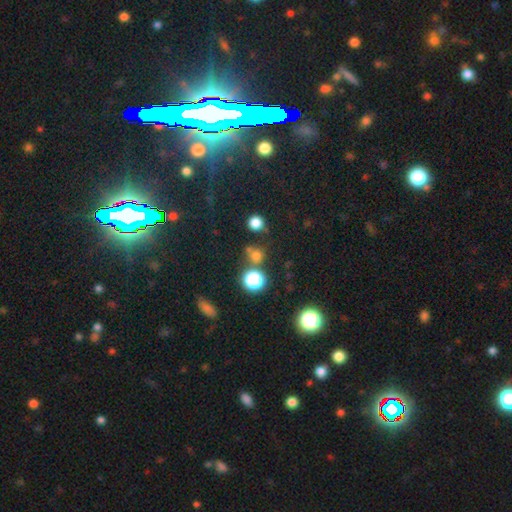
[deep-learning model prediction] Morphology: type=smooth (65%); roundness=round (89%); merging=none (70%).